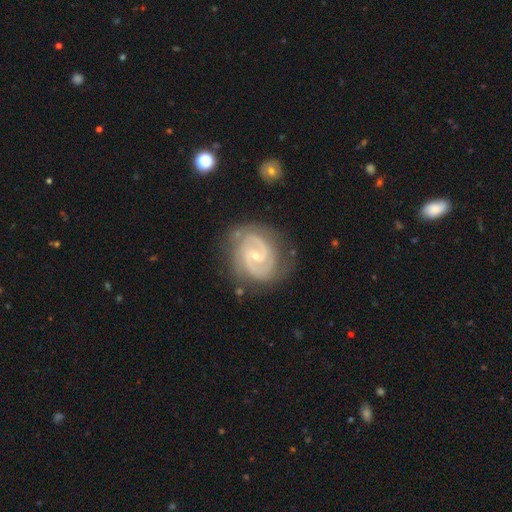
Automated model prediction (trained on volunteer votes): featured or disk 90%, star or artifact 5%, smooth 5%. Down the decision tree: edge-on disk — no (98%); bar — weak (47%); spiral arms — yes (98%); spiral arm count — 2 (84%); spiral winding — tight (49%); bulge size — small (68%); merging — none (74%).